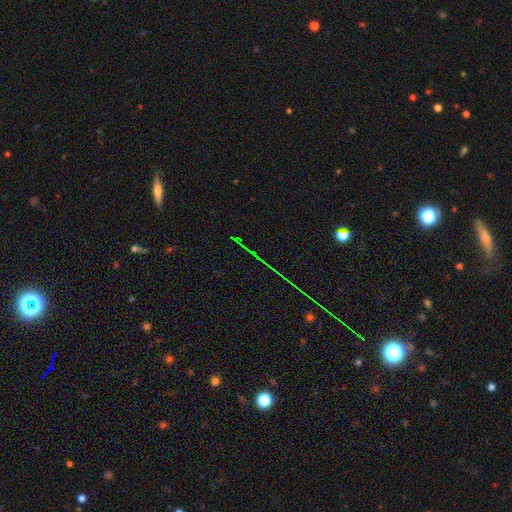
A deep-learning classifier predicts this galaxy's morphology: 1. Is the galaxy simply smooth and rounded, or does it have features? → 81% star or artifact, 11% featured or disk, 8% smooth.